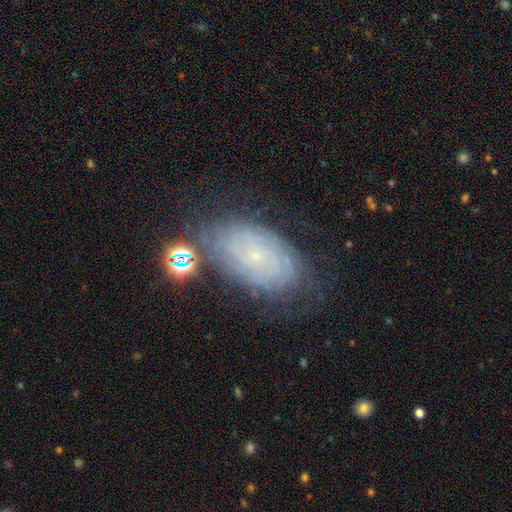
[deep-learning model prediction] Smooth or featured: featured or disk — 66% (smooth — 23%)
Edge-on disk: no — 95% (yes — 5%)
Bar: no — 80% (weak — 17%)
Spiral arms: yes — 83% (no — 17%)
Spiral winding: tight — 75% (medium — 19%)
Spiral arm count: can't tell — 60% (2 — 11%)
Bulge size: small — 85% (moderate — 8%)
Merging: none — 64% (minor disturbance — 21%)